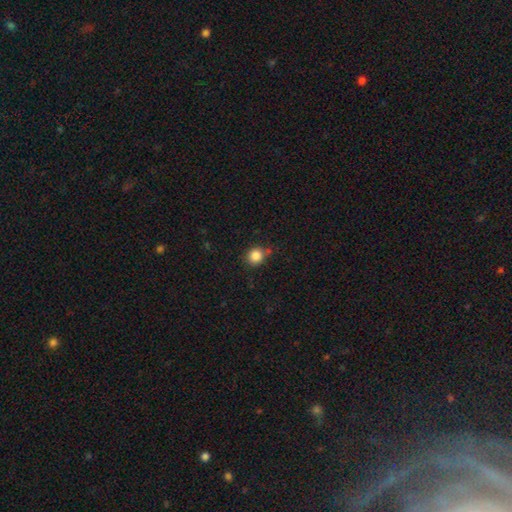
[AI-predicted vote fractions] A smooth galaxy with no disk features (85%) that is round (86%).

Vote fractions:
- Smooth or featured? smooth: 85% / star or artifact: 10% / featured or disk: 4%
- How rounded? round: 86% / in between: 13% / cigar-shaped: 1%
- Merging? none: 72% / minor disturbance: 18% / merger: 6% / major disturbance: 4%